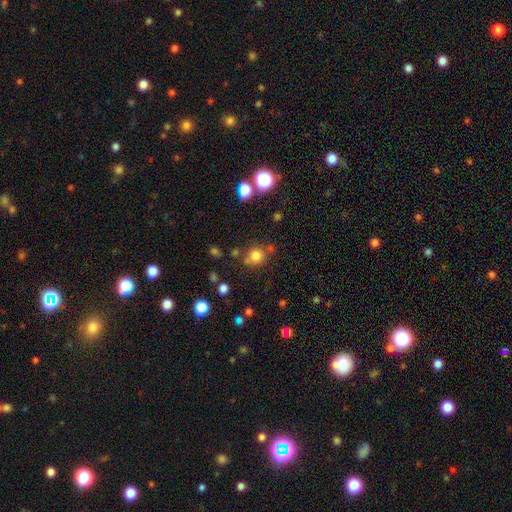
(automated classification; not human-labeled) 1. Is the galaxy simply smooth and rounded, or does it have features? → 77% smooth, 15% star or artifact, 8% featured or disk.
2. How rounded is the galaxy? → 79% round, 20% in between, 1% cigar-shaped.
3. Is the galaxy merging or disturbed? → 68% none, 16% minor disturbance, 10% merger, 6% major disturbance.